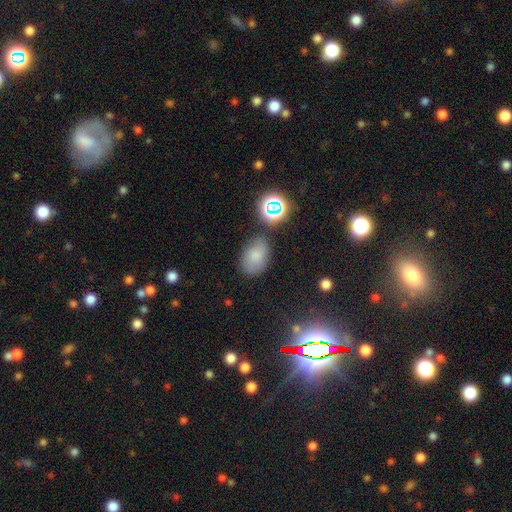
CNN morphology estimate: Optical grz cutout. It shows a smooth galaxy with no disk features (73%) that is in between round and cigar-shaped (84%). Merging: none (69%).